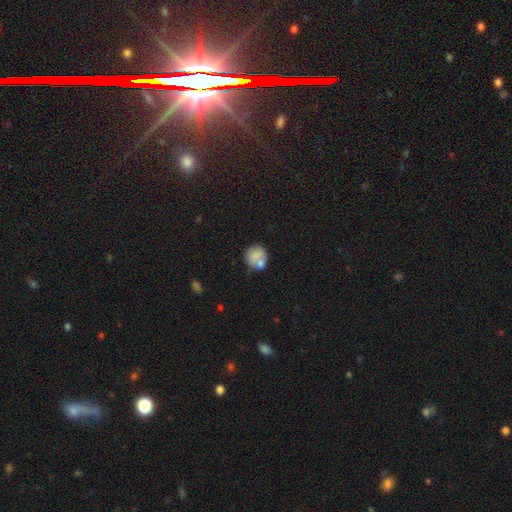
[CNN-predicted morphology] A smooth galaxy with no disk features (70%) that is round (82%). Merging: none (53%).